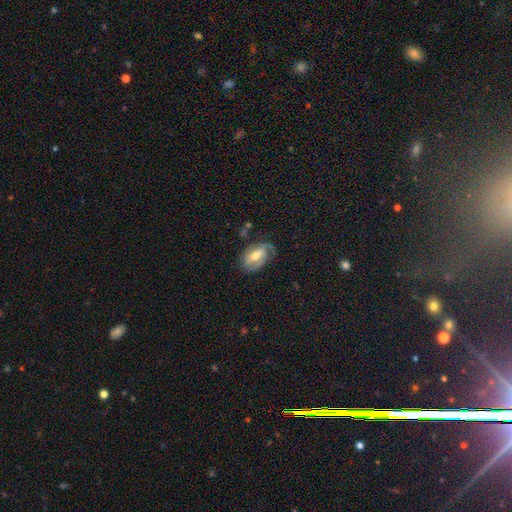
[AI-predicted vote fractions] Morphology: type=featured or disk (63%); edge-on=no (93%); bar=weak (42%); spiral arms=yes (79%); bulge=moderate (67%); merging=none (58%).